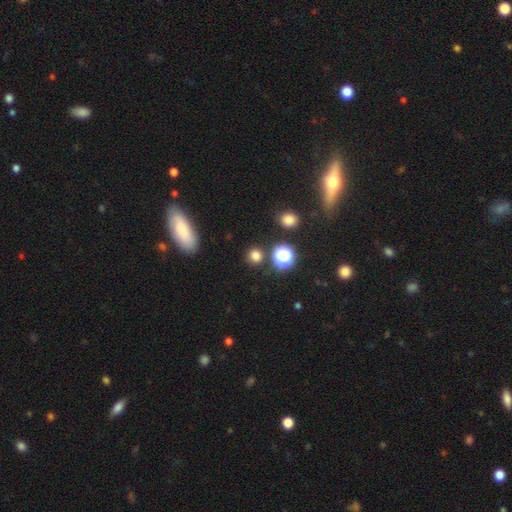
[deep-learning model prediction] This is likely a smooth galaxy (76%). How rounded: clearly round (89%). Merging: clearly none (84%).